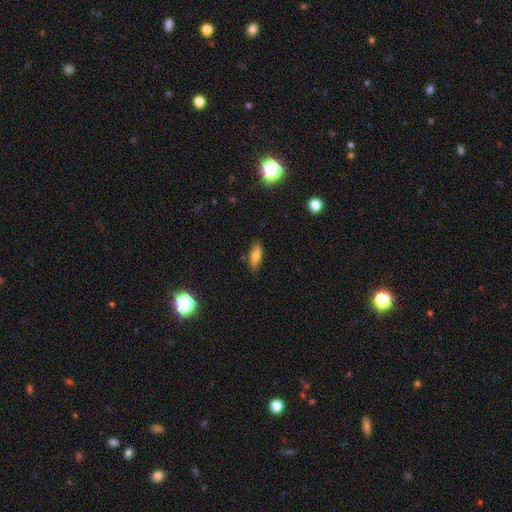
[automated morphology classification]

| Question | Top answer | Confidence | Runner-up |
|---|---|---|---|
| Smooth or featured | smooth | 75% | featured or disk (16%) |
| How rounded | in between | 66% | cigar-shaped (31%) |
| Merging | none | 83% | minor disturbance (13%) |